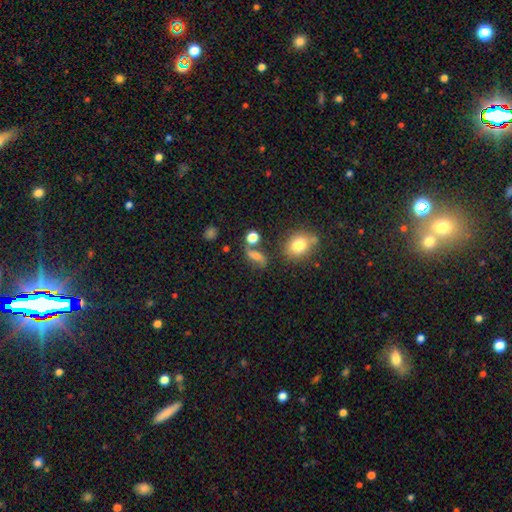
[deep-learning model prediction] Smooth or featured? smooth (44%)
Merging? none (56%)